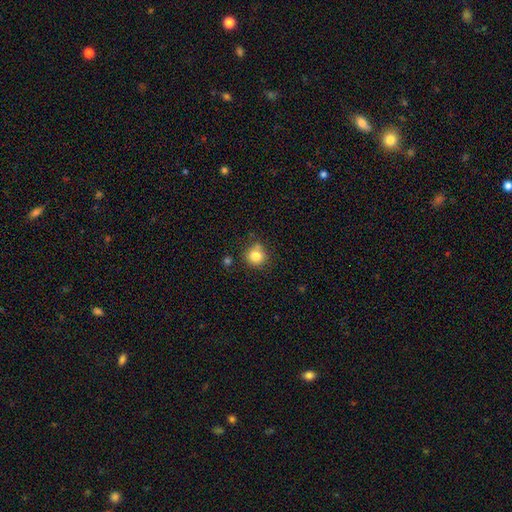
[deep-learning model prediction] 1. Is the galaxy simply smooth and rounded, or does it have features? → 83% smooth, 10% star or artifact, 7% featured or disk.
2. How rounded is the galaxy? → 91% round, 8% in between, 1% cigar-shaped.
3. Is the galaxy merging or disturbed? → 76% none, 13% minor disturbance, 8% merger, 3% major disturbance.